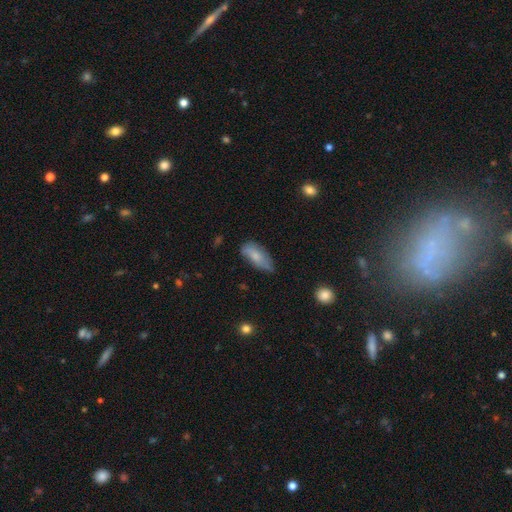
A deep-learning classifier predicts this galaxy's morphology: A smooth galaxy with no disk features (71%) that is in between round and cigar-shaped (82%).

Vote fractions:
- Smooth or featured? smooth: 71% / featured or disk: 22% / star or artifact: 7%
- How rounded? in between: 82% / cigar-shaped: 15% / round: 2%
- Merging? none: 52% / minor disturbance: 37% / major disturbance: 9% / merger: 3%